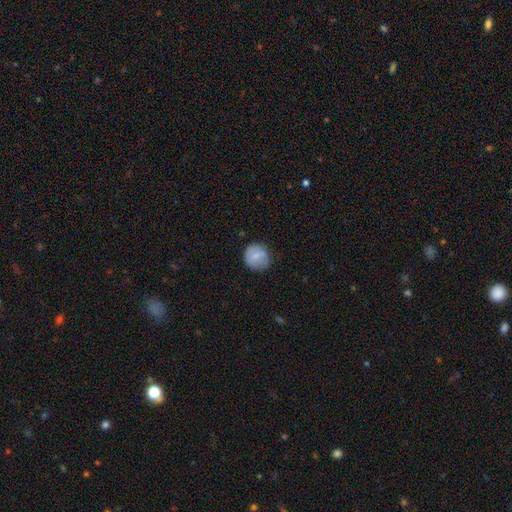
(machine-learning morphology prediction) A smooth galaxy with no disk features (79%) that is round (90%). Merging: none (79%).